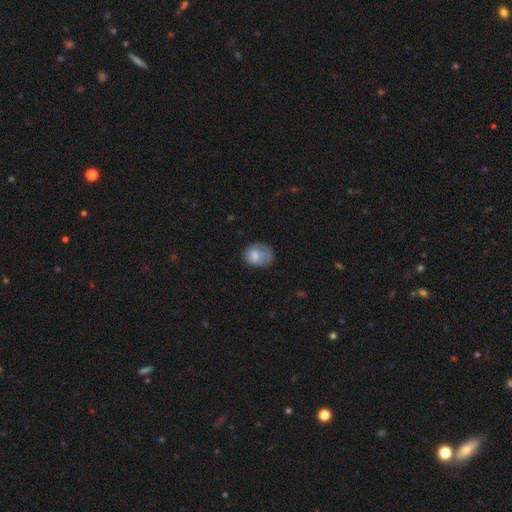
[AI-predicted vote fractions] smooth_or_featured: smooth (p=0.76) [alt: featured or disk p=0.15]
how_rounded: in between (p=0.51) [alt: round p=0.48]
merging: none (p=0.40) [alt: minor disturbance p=0.35]